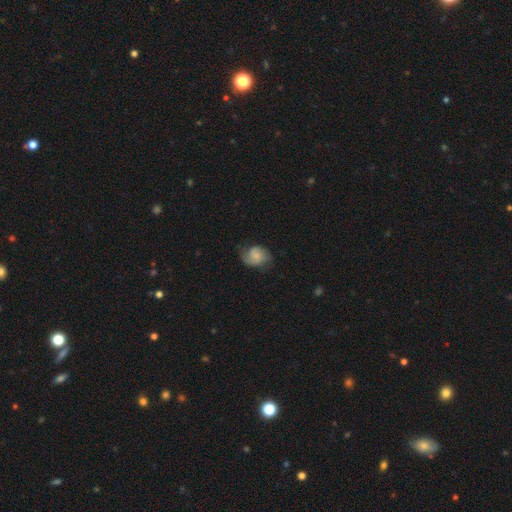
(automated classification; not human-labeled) smooth 46% (tied), featured or disk 46% (tied), star or artifact 8%. Down the decision tree: merging — none (54%).